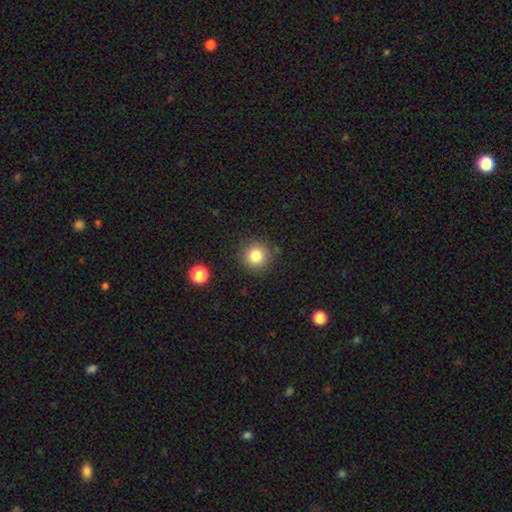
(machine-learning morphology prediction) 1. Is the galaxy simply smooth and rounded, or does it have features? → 82% smooth, 11% star or artifact, 7% featured or disk.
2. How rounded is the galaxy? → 94% round, 5% in between, 1% cigar-shaped.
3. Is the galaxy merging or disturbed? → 88% none, 8% minor disturbance, 3% major disturbance, 2% merger.